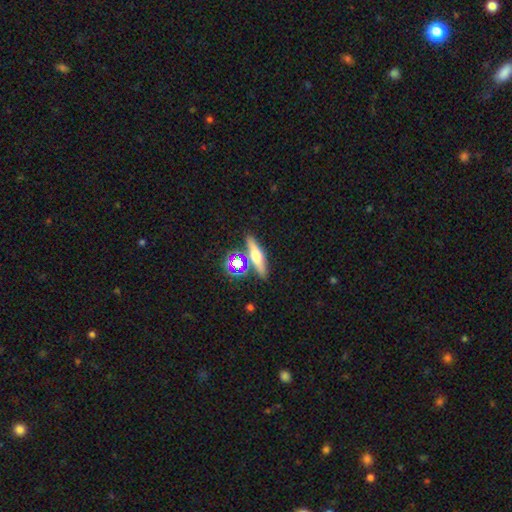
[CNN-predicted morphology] Q: Smooth or featured?
A: featured or disk (42%); runner-up: smooth (40%)
Q: Merging?
A: none (78%); runner-up: minor disturbance (10%)